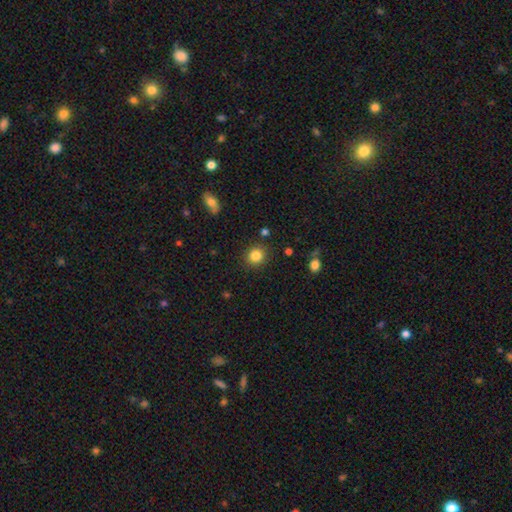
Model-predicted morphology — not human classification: This appears to be a smooth galaxy with no disk features (84%) that is round (85%). Merging: none (88%).